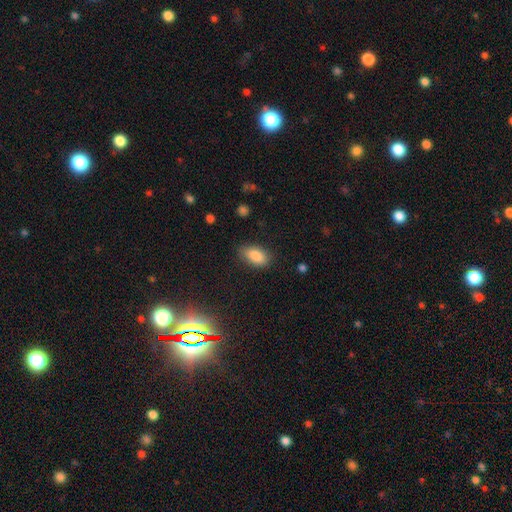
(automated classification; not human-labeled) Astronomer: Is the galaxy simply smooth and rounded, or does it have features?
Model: smooth — 85%.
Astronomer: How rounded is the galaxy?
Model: in between — 90%.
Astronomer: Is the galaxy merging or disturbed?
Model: none — 80%.